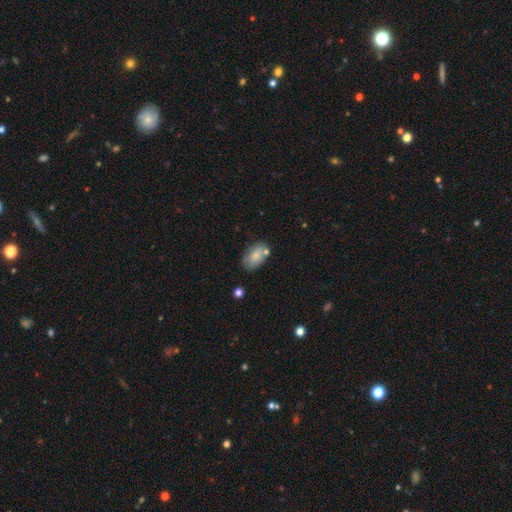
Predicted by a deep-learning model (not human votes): smooth-or-featured: smooth: 80% | featured or disk: 13% | star or artifact: 7%
  how-rounded: in between: 92% | round: 6% | cigar-shaped: 2%
  merging: none: 66% | minor disturbance: 19% | merger: 10% | major disturbance: 5%